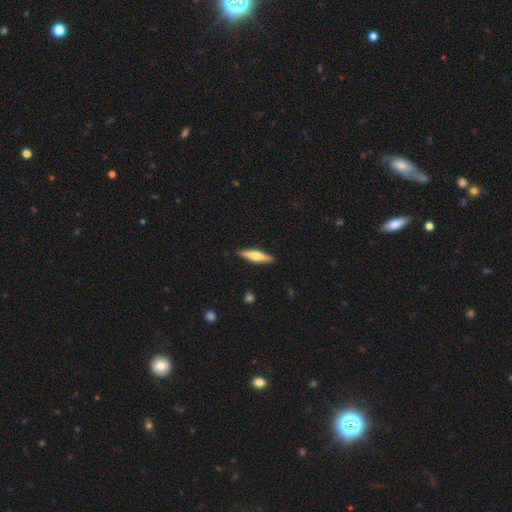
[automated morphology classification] type=featured or disk (47%, tied with smooth); merging=none (90%).